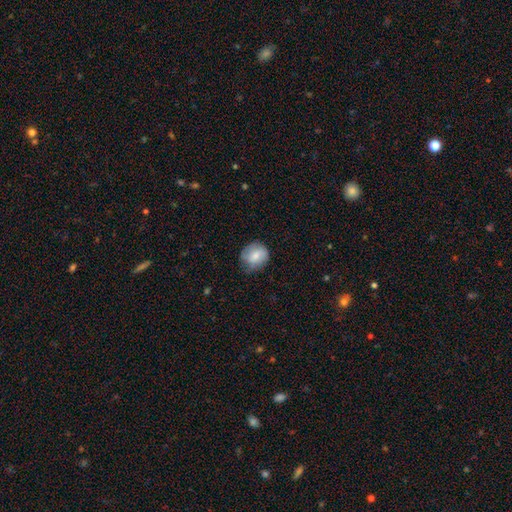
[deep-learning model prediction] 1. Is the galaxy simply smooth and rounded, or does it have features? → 70% smooth, 23% featured or disk, 7% star or artifact.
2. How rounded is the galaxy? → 75% round, 24% in between, 1% cigar-shaped.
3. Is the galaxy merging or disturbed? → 65% none, 27% minor disturbance, 7% major disturbance, 1% merger.